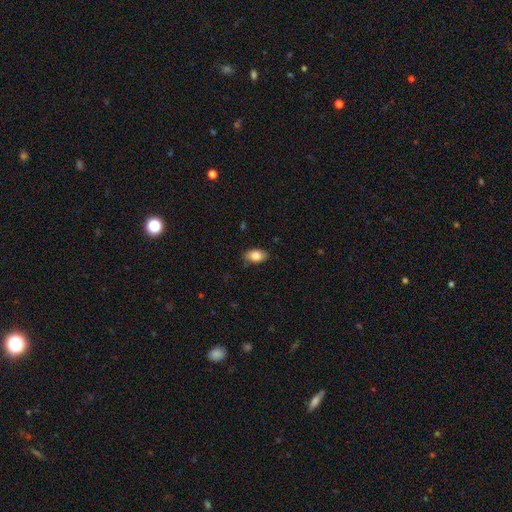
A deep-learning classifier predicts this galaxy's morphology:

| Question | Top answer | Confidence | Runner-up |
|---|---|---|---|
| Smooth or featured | smooth | 86% | star or artifact (7%) |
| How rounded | in between | 90% | round (8%) |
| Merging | none | 83% | minor disturbance (13%) |